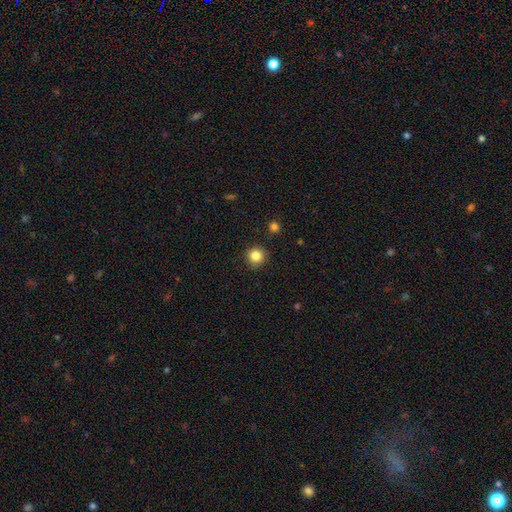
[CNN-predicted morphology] Smooth or featured: smooth — 84% (star or artifact — 11%)
How rounded: round — 94% (in between — 5%)
Merging: none — 89% (minor disturbance — 7%)